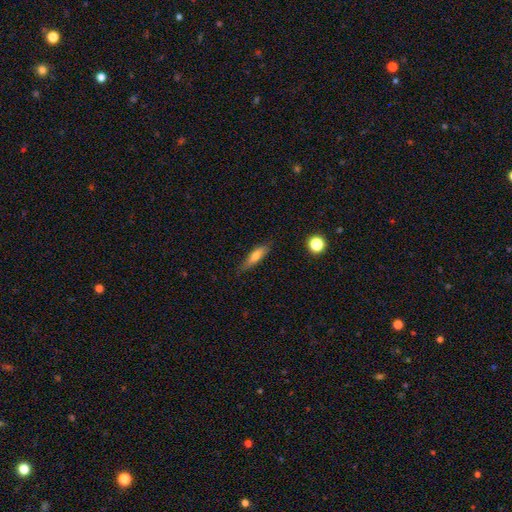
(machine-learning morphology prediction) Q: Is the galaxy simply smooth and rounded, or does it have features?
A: smooth — 66%.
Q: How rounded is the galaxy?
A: cigar-shaped — 69%.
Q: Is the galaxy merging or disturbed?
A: none — 78%.